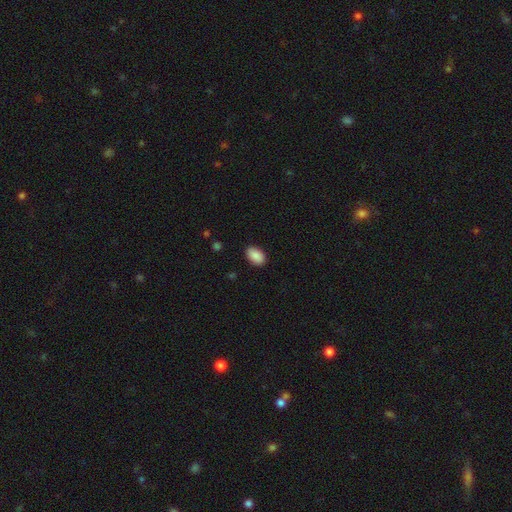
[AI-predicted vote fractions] Smooth or featured?
  - smooth: 90% *
  - star or artifact: 7%
  - featured or disk: 4%
How rounded?
  - in between: 91% *
  - round: 8%
  - cigar-shaped: 1%
Merging?
  - none: 88% *
  - minor disturbance: 9%
  - major disturbance: 2%
  - merger: 1%